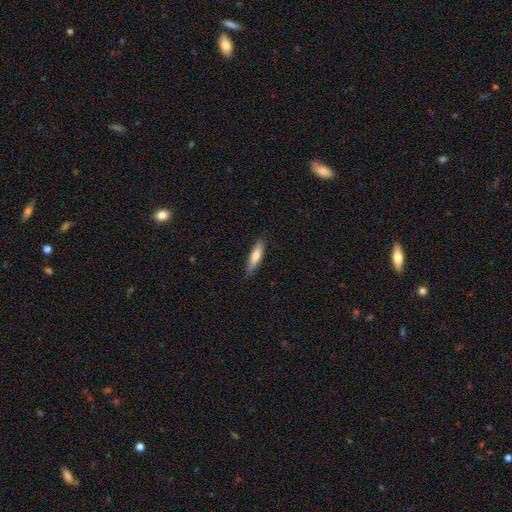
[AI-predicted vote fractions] This appears to be a smooth galaxy with no disk features (71%) that is cigar-shaped (72%). Merging: none (86%).